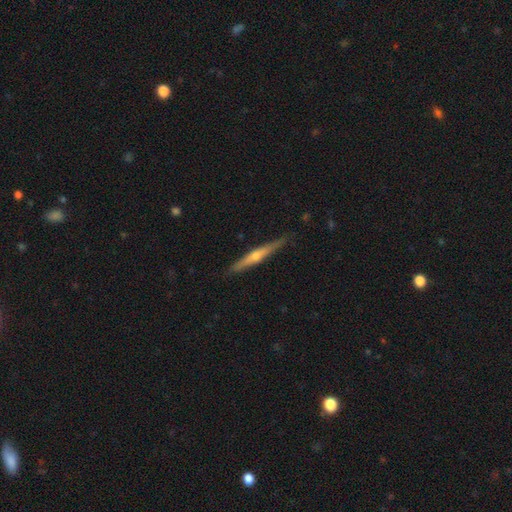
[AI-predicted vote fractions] A featured or disk galaxy (72%) viewed edge-on (97%) with a rounded central bulge (82%). Merging: none (89%).